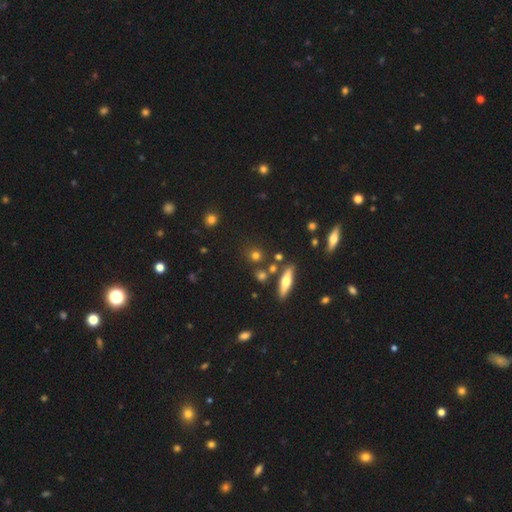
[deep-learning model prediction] This is likely a smooth galaxy (71%). How rounded: clearly round (82%). Merging: likely none (78%).